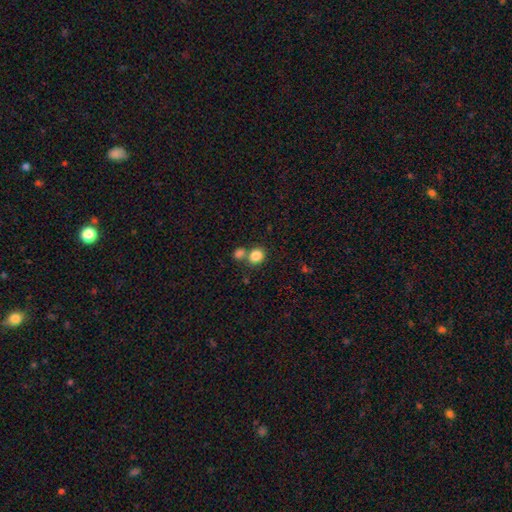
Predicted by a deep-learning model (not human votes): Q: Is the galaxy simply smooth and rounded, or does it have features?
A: smooth — 85%.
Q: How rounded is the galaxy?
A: round — 67%.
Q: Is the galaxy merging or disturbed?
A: none — 57%.